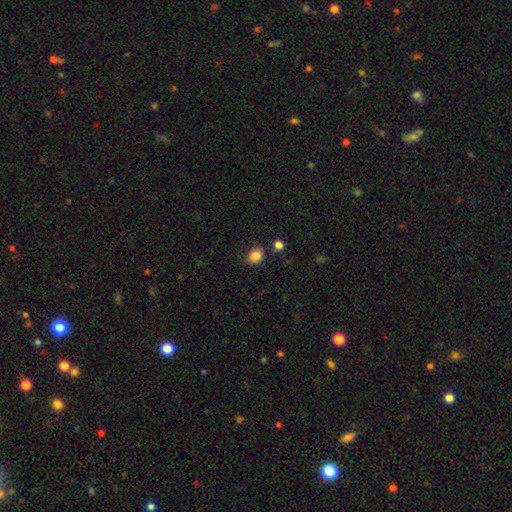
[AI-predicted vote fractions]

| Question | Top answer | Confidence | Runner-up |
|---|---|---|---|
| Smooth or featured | smooth | 85% | star or artifact (11%) |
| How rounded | round | 63% | in between (36%) |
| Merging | none | 74% | minor disturbance (16%) |